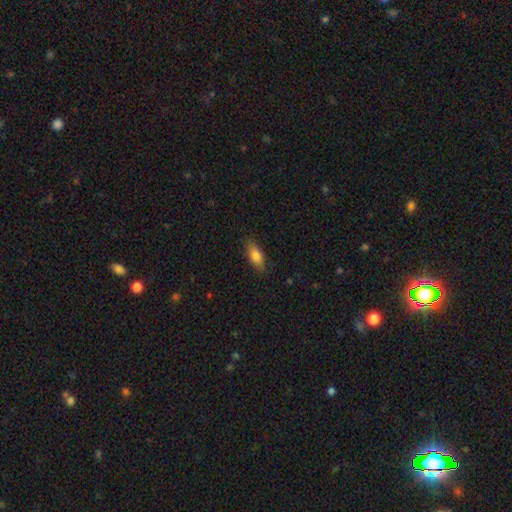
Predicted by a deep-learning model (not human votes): Smooth or featured? smooth (78%)
How rounded? in between (79%)
Merging? none (83%)